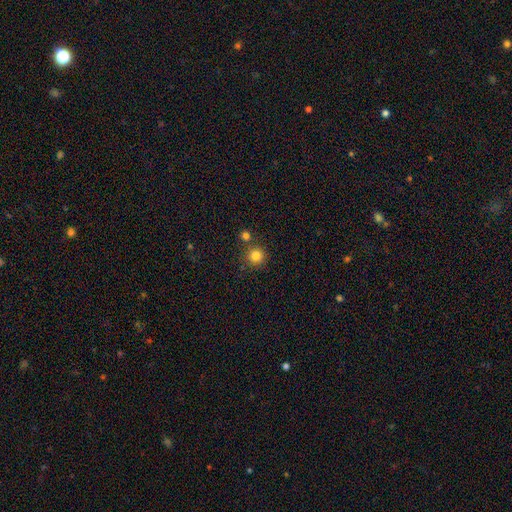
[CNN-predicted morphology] Smooth or featured? Predicted: smooth (p=0.83). How rounded? Predicted: round (p=0.94). Merging? Predicted: none (p=0.78).